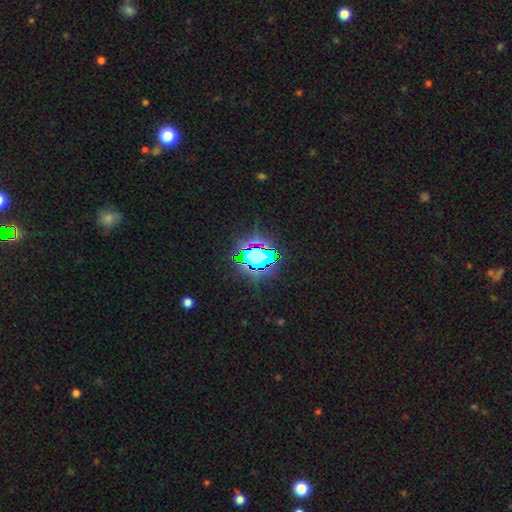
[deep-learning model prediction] Smooth or featured: star or artifact — 63% (smooth — 25%)